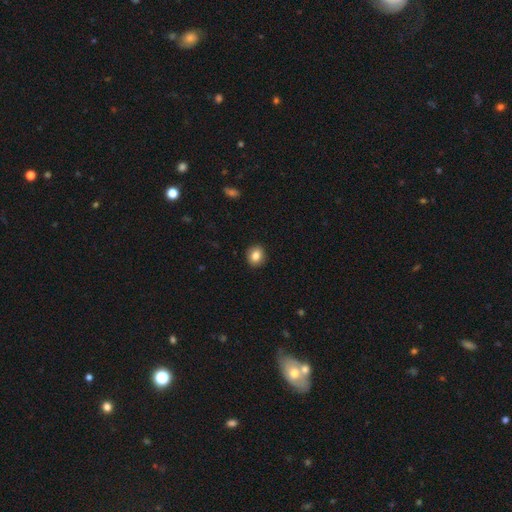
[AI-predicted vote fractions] A smooth galaxy with no disk features (84%) that is round (74%).

Vote fractions:
- Smooth or featured? smooth: 84% / star or artifact: 9% / featured or disk: 7%
- How rounded? round: 74% / in between: 25% / cigar-shaped: 1%
- Merging? none: 91% / minor disturbance: 6% / major disturbance: 2% / merger: 1%